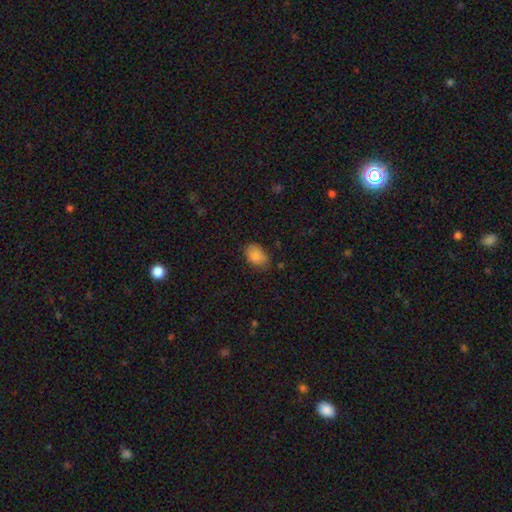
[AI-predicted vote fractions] A smooth galaxy with no disk features (87%) that is in between round and cigar-shaped (81%).

Vote fractions:
- Smooth or featured? smooth: 87% / star or artifact: 8% / featured or disk: 5%
- How rounded? in between: 81% / round: 18% / cigar-shaped: 1%
- Merging? none: 71% / minor disturbance: 22% / major disturbance: 5% / merger: 2%